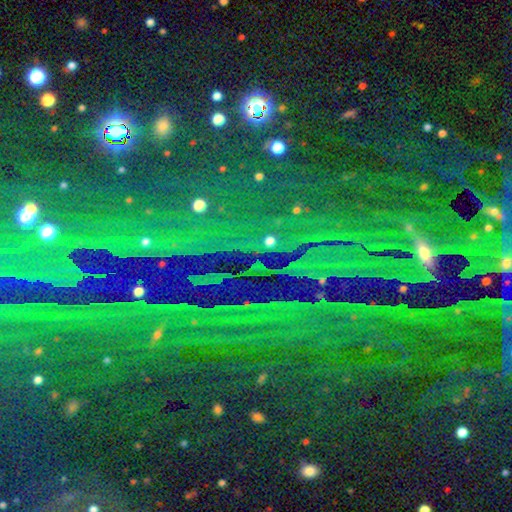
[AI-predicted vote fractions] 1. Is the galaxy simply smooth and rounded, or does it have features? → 86% star or artifact, 7% smooth, 7% featured or disk.